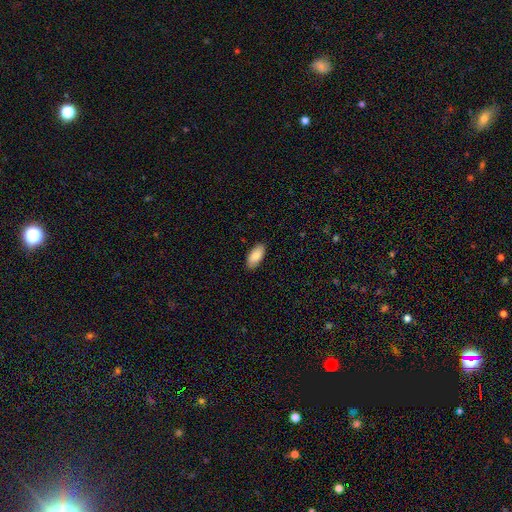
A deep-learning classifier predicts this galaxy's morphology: Q: Smooth or featured?
A: smooth (87%); runner-up: featured or disk (7%)
Q: How rounded?
A: in between (92%); runner-up: cigar-shaped (7%)
Q: Merging?
A: none (88%); runner-up: minor disturbance (9%)